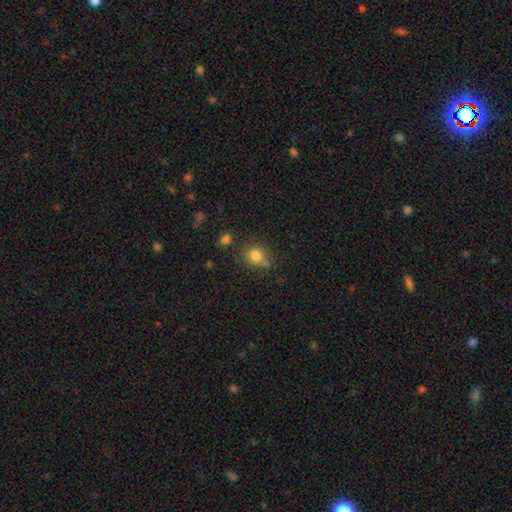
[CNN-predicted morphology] The model was most divided on "merging": none: 65%, merger: 16%, minor disturbance: 14%, major disturbance: 5%. More confident: smooth or featured — smooth (81%); how rounded — round (80%).